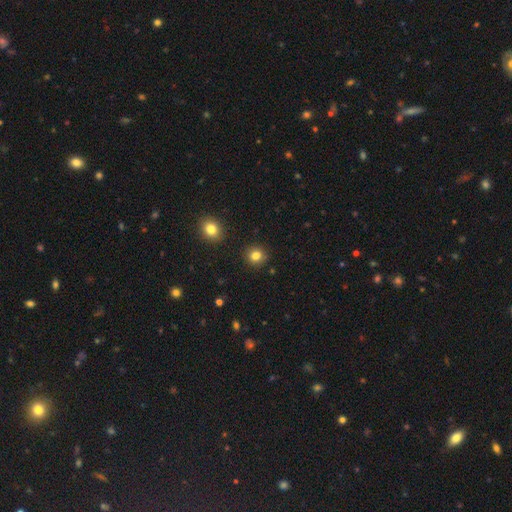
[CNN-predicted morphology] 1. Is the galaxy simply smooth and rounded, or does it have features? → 83% smooth, 12% star or artifact, 5% featured or disk.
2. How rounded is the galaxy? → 87% round, 12% in between, 1% cigar-shaped.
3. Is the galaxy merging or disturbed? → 91% none, 6% minor disturbance, 2% major disturbance, 2% merger.